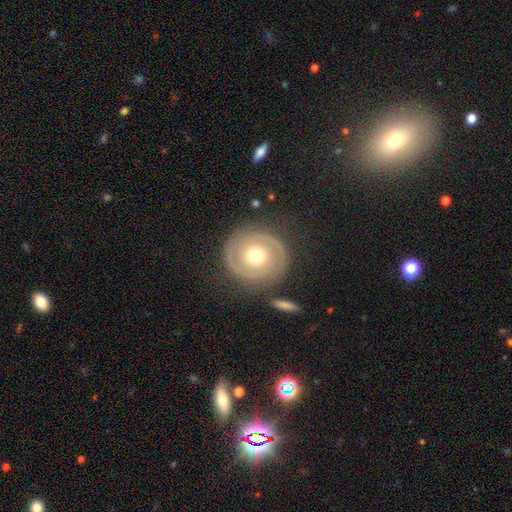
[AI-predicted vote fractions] The model was most divided on "bulge size": moderate: 70%, small: 21%, large: 7%, dominant: 1%, none: 1%. More confident: edge-on disk — no (98%); spiral arms — yes (91%); spiral arm count — 2 (88%); merging — none (85%); smooth or featured — featured or disk (83%); bar — no (78%); spiral winding — tight (74%).